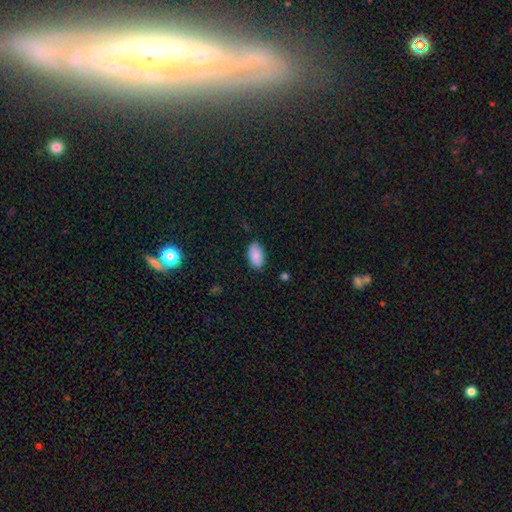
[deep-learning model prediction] Smooth or featured?
  - smooth: 87% *
  - star or artifact: 7%
  - featured or disk: 7%
How rounded?
  - in between: 94% *
  - round: 4%
  - cigar-shaped: 2%
Merging?
  - none: 84% *
  - minor disturbance: 13%
  - major disturbance: 2%
  - merger: 1%